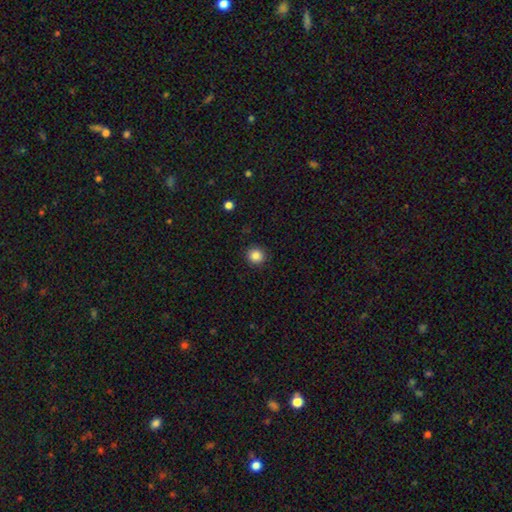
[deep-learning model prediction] Smooth or featured? smooth (85%)
How rounded? round (93%)
Merging? none (91%)